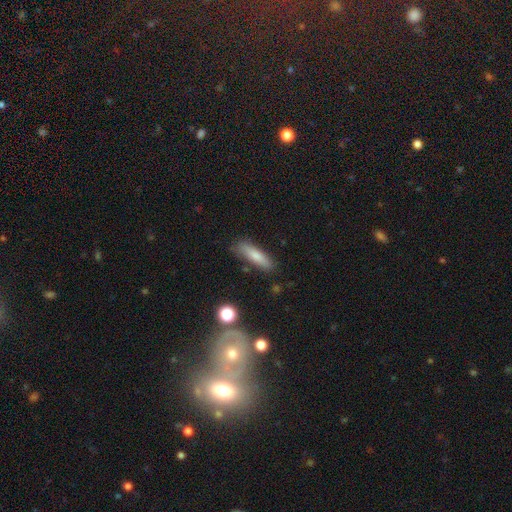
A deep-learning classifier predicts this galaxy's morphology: Overall: smooth (78%). How rounded: cigar-shaped (69%; in between 29%). Merging: none (81%).